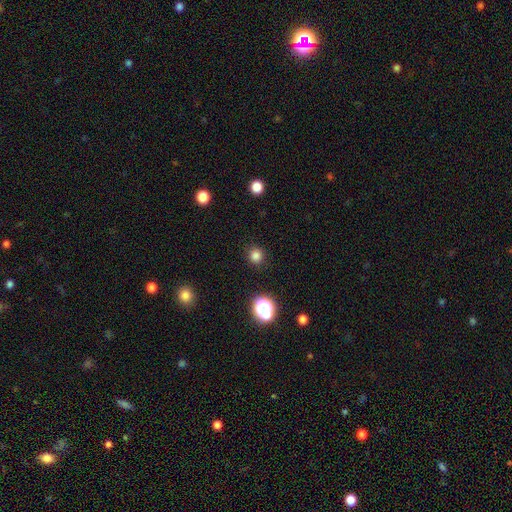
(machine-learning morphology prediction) Smooth or featured? smooth (79%)
How rounded? round (90%)
Merging? none (89%)